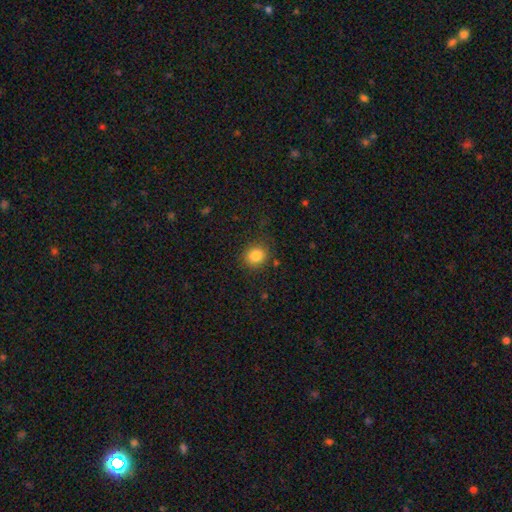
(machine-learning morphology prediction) Q: Smooth or featured?
A: smooth (84%); runner-up: star or artifact (10%)
Q: How rounded?
A: round (78%); runner-up: in between (22%)
Q: Merging?
A: none (82%); runner-up: minor disturbance (12%)